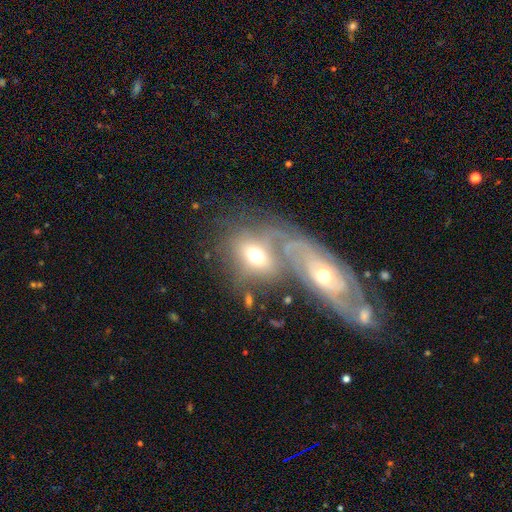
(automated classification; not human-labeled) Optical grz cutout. It shows a smooth galaxy with no disk features (48%). Merging: merger (53%).